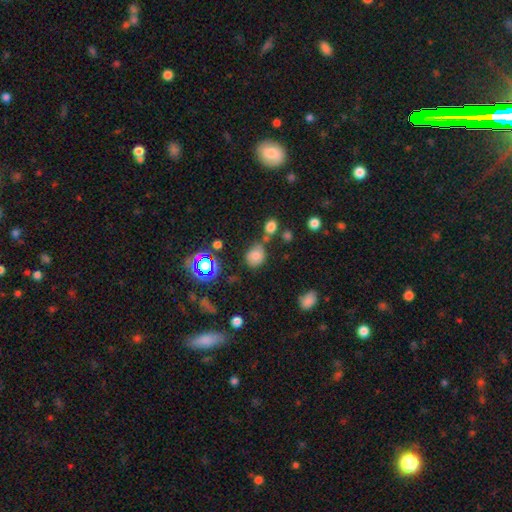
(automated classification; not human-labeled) Q: Smooth or featured?
A: smooth (73%); runner-up: star or artifact (18%)
Q: How rounded?
A: round (65%); runner-up: in between (33%)
Q: Merging?
A: none (59%); runner-up: minor disturbance (19%)